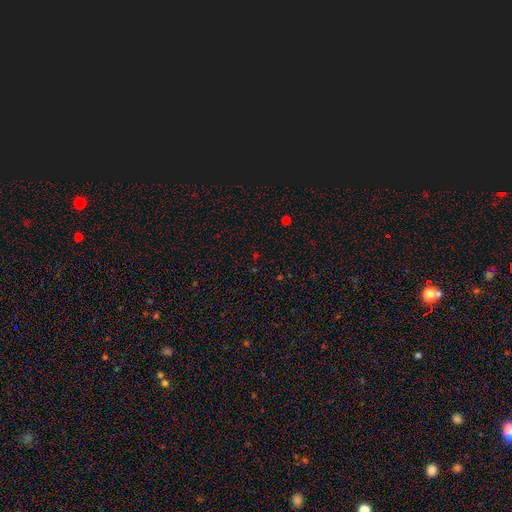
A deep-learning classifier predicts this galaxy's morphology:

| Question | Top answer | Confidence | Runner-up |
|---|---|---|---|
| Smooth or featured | star or artifact | 60% | smooth (33%) |